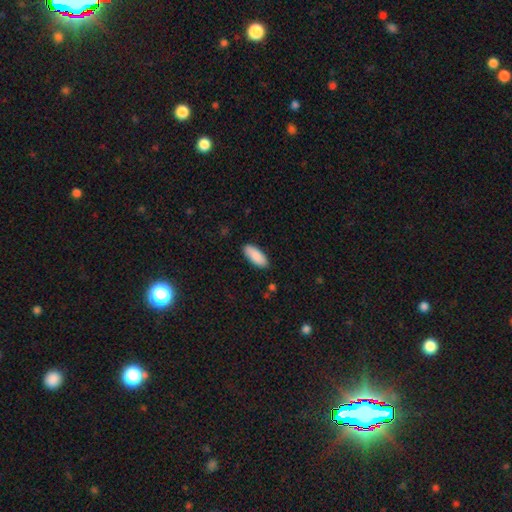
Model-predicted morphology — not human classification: A smooth galaxy with no disk features (88%) that is in between round and cigar-shaped (83%).

Vote fractions:
- Smooth or featured? smooth: 88% / featured or disk: 6% / star or artifact: 6%
- How rounded? in between: 83% / cigar-shaped: 16% / round: 2%
- Merging? none: 88% / minor disturbance: 9% / major disturbance: 2% / merger: 1%